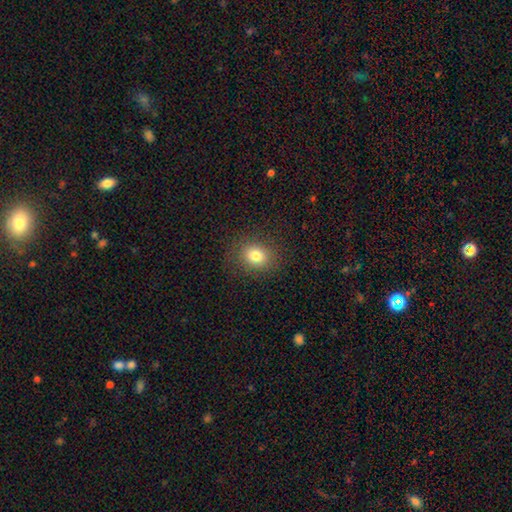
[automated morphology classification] Smooth or featured: smooth — 79% (star or artifact — 12%)
How rounded: round — 61% (in between — 38%)
Merging: none — 86% (minor disturbance — 9%)